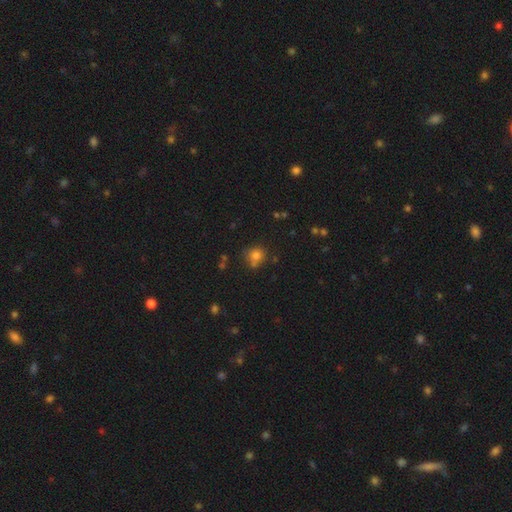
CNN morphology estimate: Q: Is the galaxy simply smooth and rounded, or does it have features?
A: smooth — 79%.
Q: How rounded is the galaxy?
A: round — 85%.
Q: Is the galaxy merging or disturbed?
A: none — 64%.